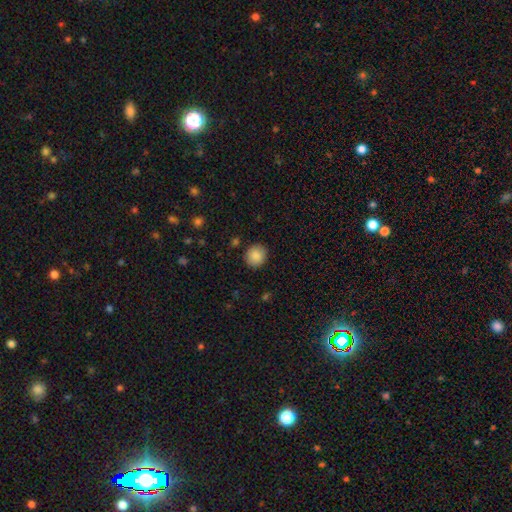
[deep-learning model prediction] Smooth or featured?
  - smooth: 88% *
  - star or artifact: 8%
  - featured or disk: 4%
How rounded?
  - round: 86% *
  - in between: 13%
  - cigar-shaped: 1%
Merging?
  - none: 89% *
  - minor disturbance: 7%
  - major disturbance: 2%
  - merger: 1%